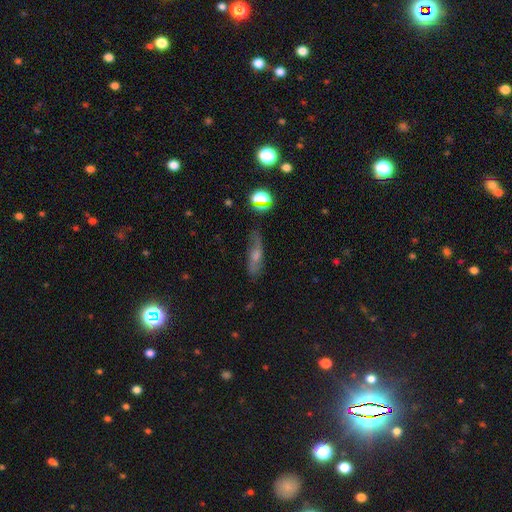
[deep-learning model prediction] A featured or disk galaxy (44%). Merging: none (72%).